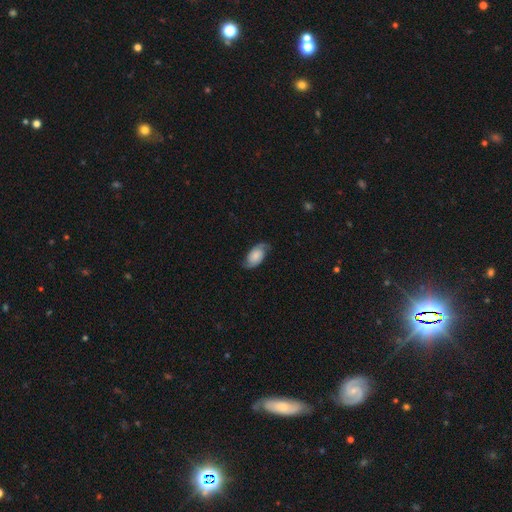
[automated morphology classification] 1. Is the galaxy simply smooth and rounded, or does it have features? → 57% featured or disk, 35% smooth, 8% star or artifact.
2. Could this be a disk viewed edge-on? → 95% no, 5% yes.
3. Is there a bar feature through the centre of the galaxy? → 72% no, 23% weak, 5% strong.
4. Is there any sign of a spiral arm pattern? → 93% yes, 7% no.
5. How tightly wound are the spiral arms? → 41% medium, 33% tight, 26% loose.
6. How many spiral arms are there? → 89% 2, 6% can't tell, 2% 1, 1% 3, 1% 4, 1% more than 4.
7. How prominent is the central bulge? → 35% small, 23% none, 23% moderate, 13% large, 5% dominant.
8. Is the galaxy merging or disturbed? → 74% none, 19% minor disturbance, 6% major disturbance, 1% merger.